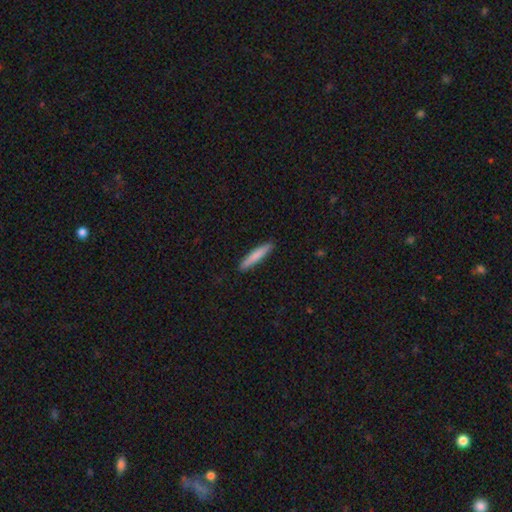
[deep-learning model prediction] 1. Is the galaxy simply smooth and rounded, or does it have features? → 80% smooth, 14% featured or disk, 5% star or artifact.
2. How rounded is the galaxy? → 93% cigar-shaped, 6% in between, 1% round.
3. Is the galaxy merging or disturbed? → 90% none, 7% minor disturbance, 1% major disturbance, 1% merger.